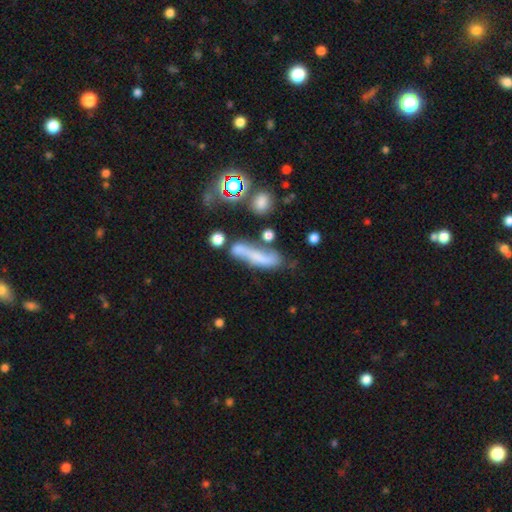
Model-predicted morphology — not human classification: smooth-or-featured: smooth: 48% | featured or disk: 34% | star or artifact: 18%
  merging: none: 44% | minor disturbance: 25% | merger: 16% | major disturbance: 15%